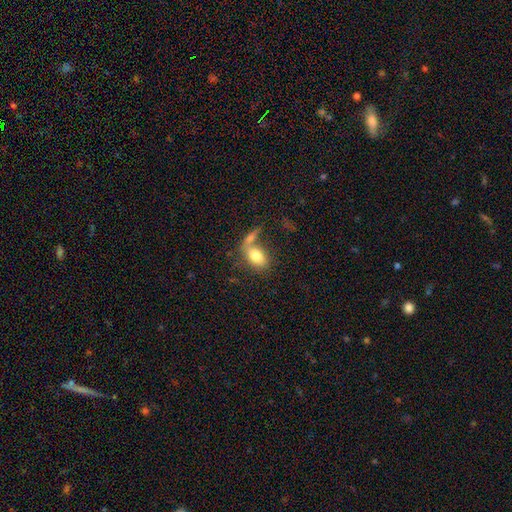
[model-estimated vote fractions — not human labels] Q: Smooth or featured?
A: smooth (76%); runner-up: featured or disk (16%)
Q: How rounded?
A: in between (87%); runner-up: round (10%)
Q: Merging?
A: none (40%); runner-up: merger (37%)